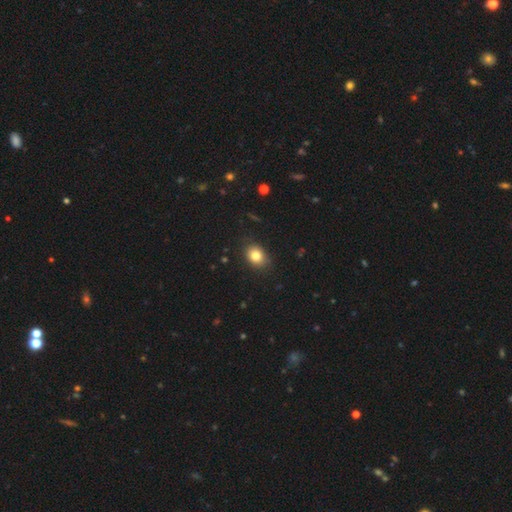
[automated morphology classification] This is clearly a smooth galaxy (82%). How rounded: possibly in between (57%). Merging: clearly none (85%).